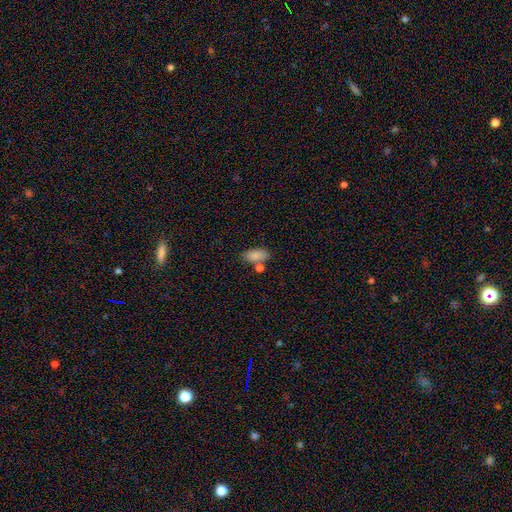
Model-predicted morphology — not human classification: Smooth or featured? smooth (84%)
How rounded? in between (91%)
Merging? none (64%)